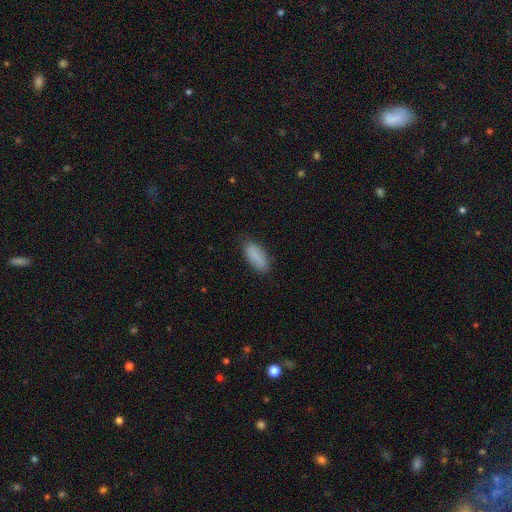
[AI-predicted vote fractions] Q: Smooth or featured?
A: smooth (88%); runner-up: star or artifact (7%)
Q: How rounded?
A: in between (82%); runner-up: cigar-shaped (16%)
Q: Merging?
A: none (80%); runner-up: minor disturbance (16%)